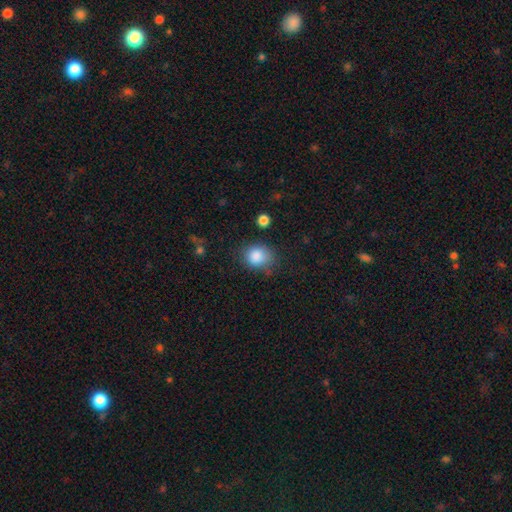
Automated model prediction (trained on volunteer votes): smooth_or_featured: smooth (p=0.86) [alt: star or artifact p=0.09]
how_rounded: round (p=0.65) [alt: in between p=0.34]
merging: none (p=0.67) [alt: minor disturbance p=0.23]